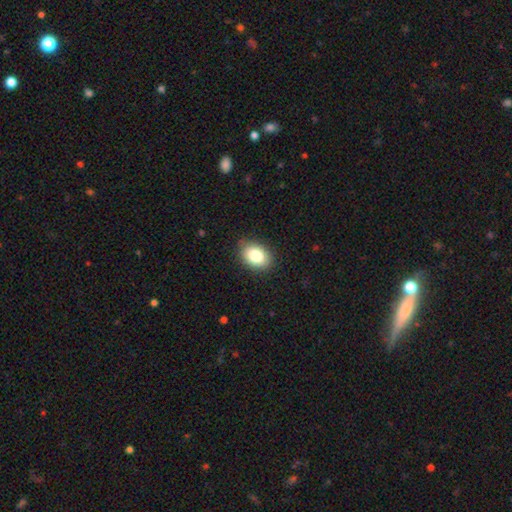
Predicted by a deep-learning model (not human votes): Smooth or featured: smooth — 83% (featured or disk — 9%)
How rounded: in between — 76% (round — 23%)
Merging: none — 86% (minor disturbance — 11%)